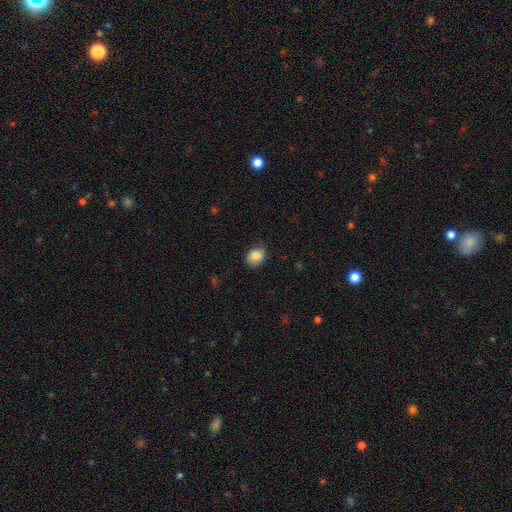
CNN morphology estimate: Overall: smooth (84%). How rounded: in between (57%; round 42%). Merging: none (68%).